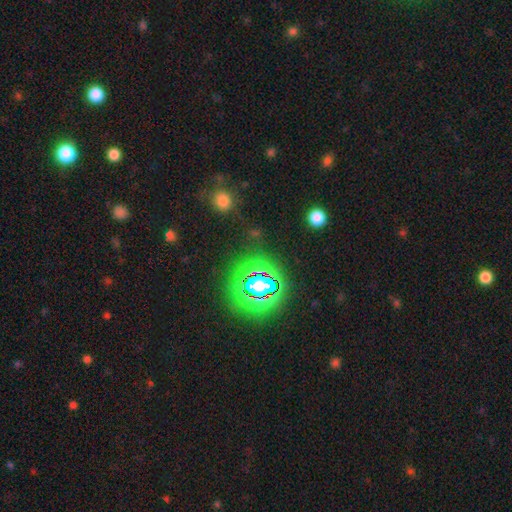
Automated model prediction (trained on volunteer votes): smooth_or_featured: star or artifact (p=0.76) [alt: smooth p=0.17]